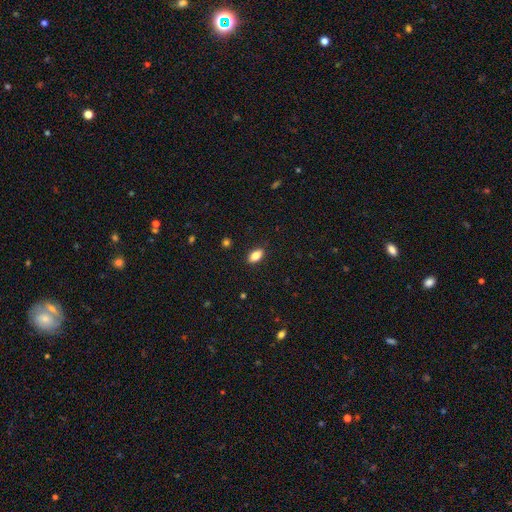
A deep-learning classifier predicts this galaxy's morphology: The model was most divided on "smooth or featured": smooth: 84%, star or artifact: 8%, featured or disk: 8%. More confident: how rounded — in between (89%); merging — none (88%).